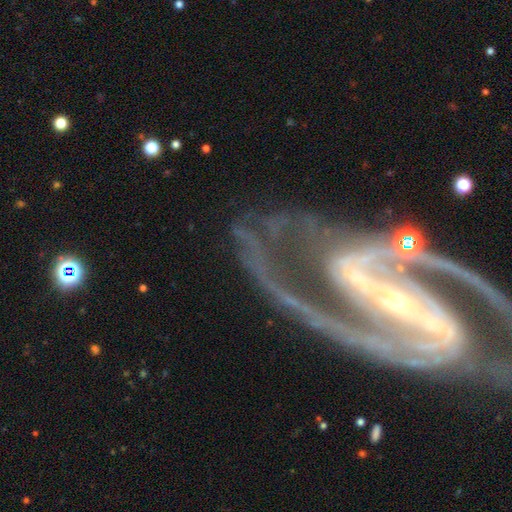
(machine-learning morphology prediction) This is clearly a featured or disk galaxy (82%). It is clearly not viewed edge-on (93%). Bar: possibly strong (48%). Spiral arm pattern: clearly yes (87%). Spiral arm count: likely 2 (67%). Spiral winding: marginally medium (41%). Central bulge: possibly small (58%). Merging: marginally none (42%).